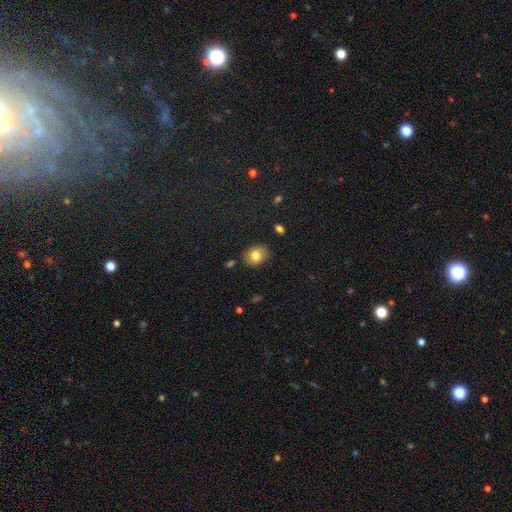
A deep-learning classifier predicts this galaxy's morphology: smooth_or_featured: smooth (p=0.80) [alt: featured or disk p=0.11]
how_rounded: in between (p=0.52) [alt: round p=0.47]
merging: none (p=0.83) [alt: minor disturbance p=0.12]